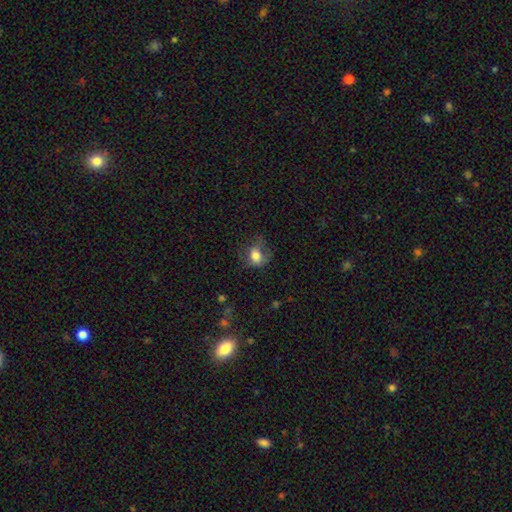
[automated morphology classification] Overall: smooth (71%). How rounded: in between (55%; round 44%). Merging: none (42%; major disturbance 28%).